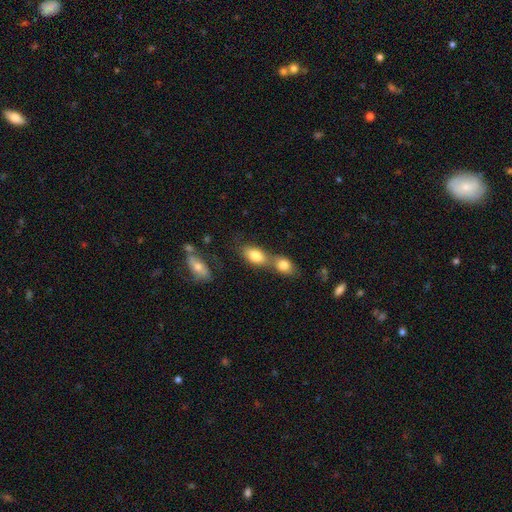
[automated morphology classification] Smooth or featured?
  - smooth: 80% *
  - featured or disk: 12%
  - star or artifact: 8%
How rounded?
  - in between: 84% *
  - round: 12%
  - cigar-shaped: 4%
Merging?
  - merger: 59% *
  - none: 28%
  - minor disturbance: 9%
  - major disturbance: 4%